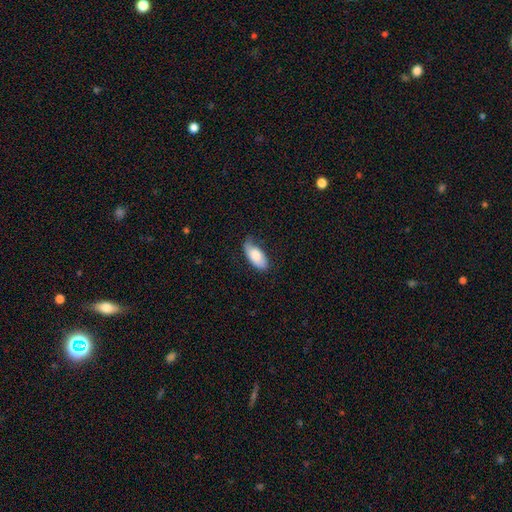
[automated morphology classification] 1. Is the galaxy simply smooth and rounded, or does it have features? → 80% smooth, 14% featured or disk, 6% star or artifact.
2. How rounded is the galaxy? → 92% in between, 6% cigar-shaped, 2% round.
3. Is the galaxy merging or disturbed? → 59% none, 32% minor disturbance, 8% major disturbance, 1% merger.